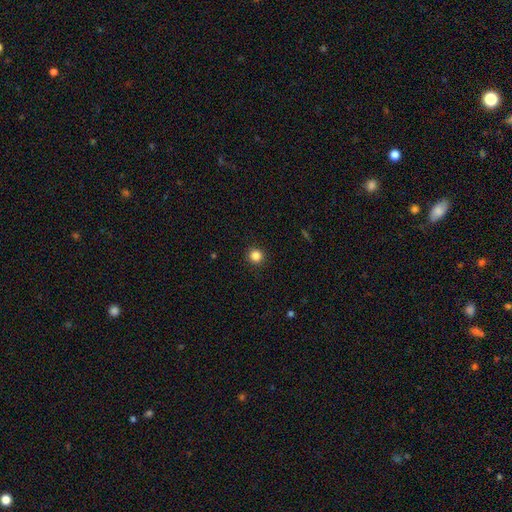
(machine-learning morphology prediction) Smooth or featured? smooth (85%)
How rounded? round (95%)
Merging? none (92%)